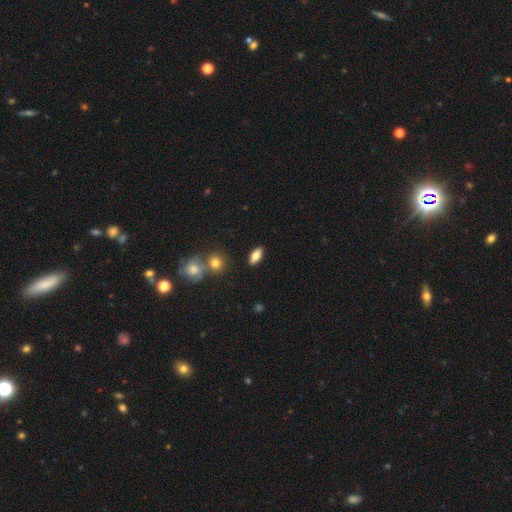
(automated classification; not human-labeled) The model was most divided on "smooth or featured": smooth: 73%, featured or disk: 19%, star or artifact: 8%. More confident: merging — none (86%); how rounded — in between (83%).